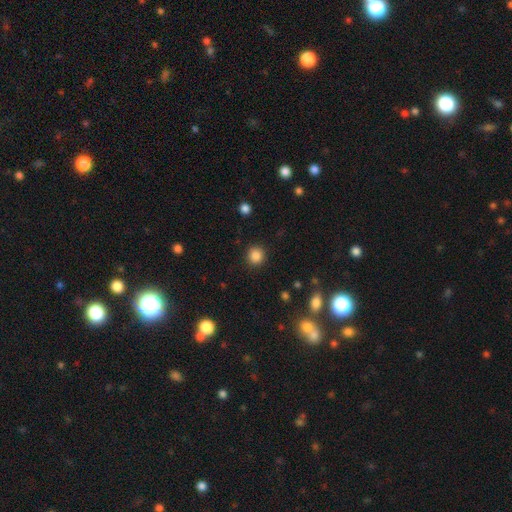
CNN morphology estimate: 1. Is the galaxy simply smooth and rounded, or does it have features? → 85% smooth, 11% star or artifact, 4% featured or disk.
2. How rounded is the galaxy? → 93% round, 6% in between, 1% cigar-shaped.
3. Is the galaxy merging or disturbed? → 91% none, 6% minor disturbance, 2% major disturbance, 1% merger.